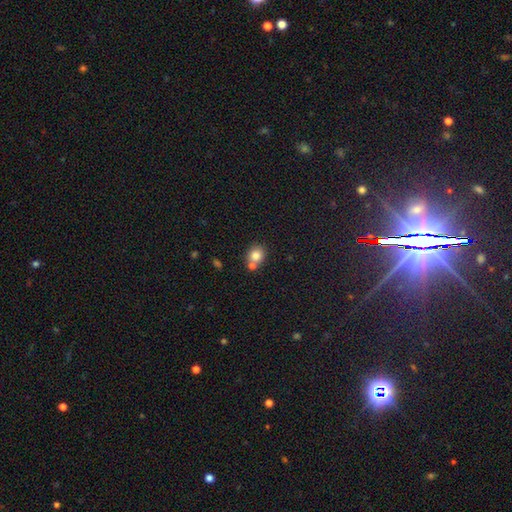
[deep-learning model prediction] This appears to be a smooth galaxy with no disk features (80%) that is round (81%). Merging: none (57%).